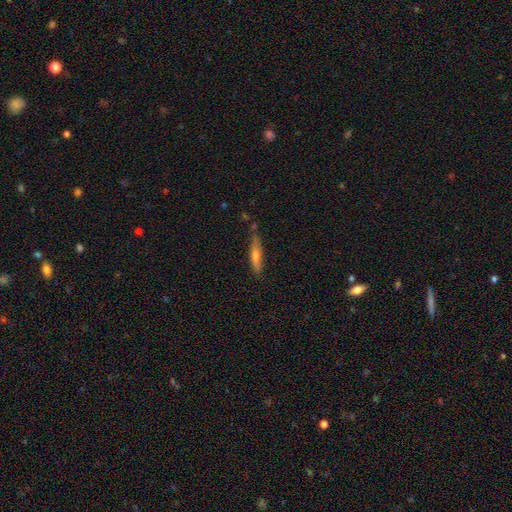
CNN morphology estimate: The model was most divided on "smooth or featured": smooth: 52%, featured or disk: 41%, star or artifact: 7%. More confident: how rounded — cigar-shaped (87%); merging — none (71%).